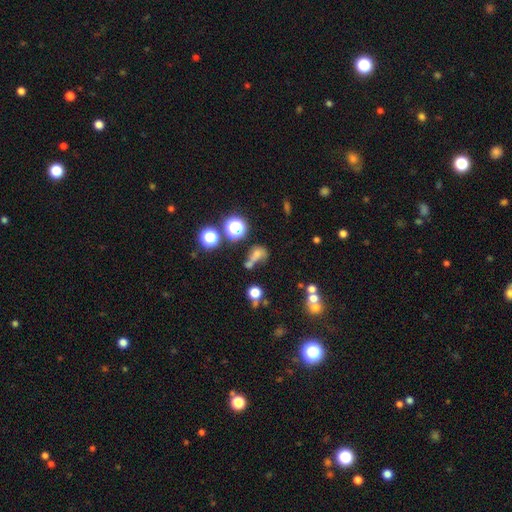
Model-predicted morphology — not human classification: smooth-or-featured: smooth: 56% | star or artifact: 27% | featured or disk: 16%
  how-rounded: round: 51% | in between: 45% | cigar-shaped: 4%
  merging: merger: 35% | none: 34% | major disturbance: 16% | minor disturbance: 16%